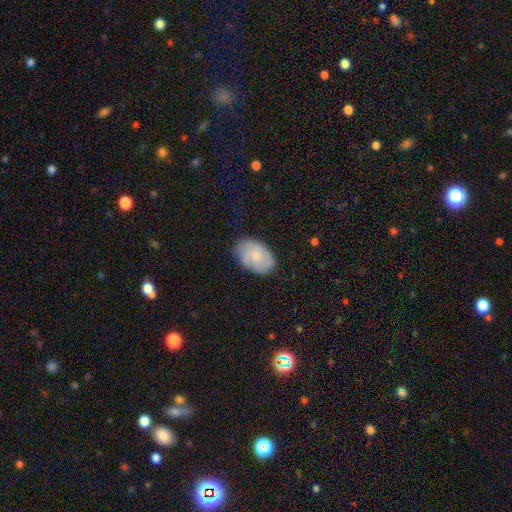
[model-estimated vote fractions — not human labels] A featured or disk galaxy (49%). Merging: none (74%).